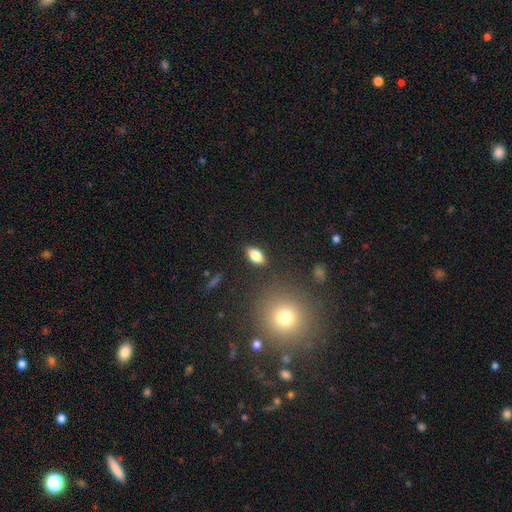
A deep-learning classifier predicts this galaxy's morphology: The model was most divided on "smooth or featured": smooth: 80%, featured or disk: 11%, star or artifact: 9%. More confident: how rounded — in between (89%); merging — none (85%).